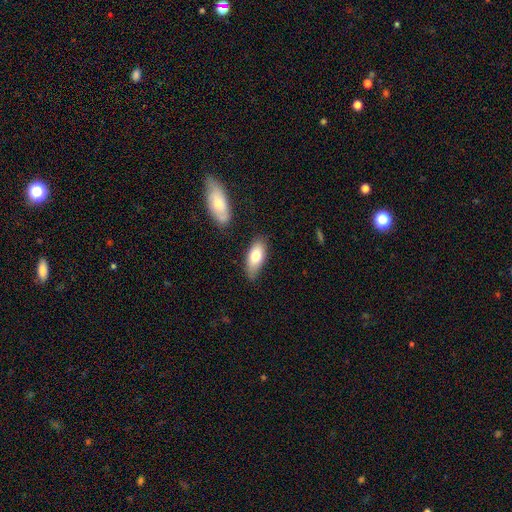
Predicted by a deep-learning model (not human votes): smooth 76%, featured or disk 17%, star or artifact 7%. Down the decision tree: how rounded — in between (85%); merging — none (73%).